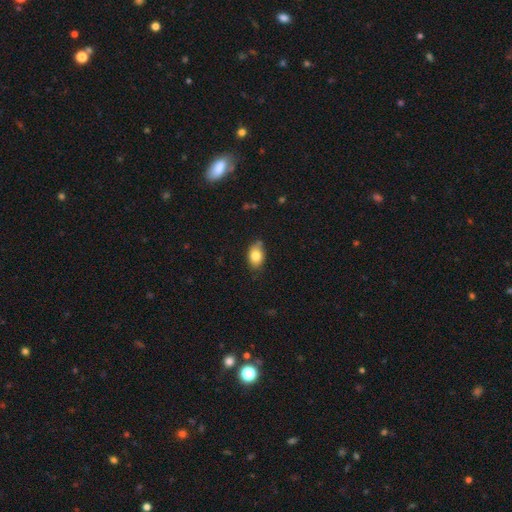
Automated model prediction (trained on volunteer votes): Smooth or featured: smooth — 80% (featured or disk — 12%)
How rounded: in between — 84% (round — 15%)
Merging: none — 74% (minor disturbance — 20%)